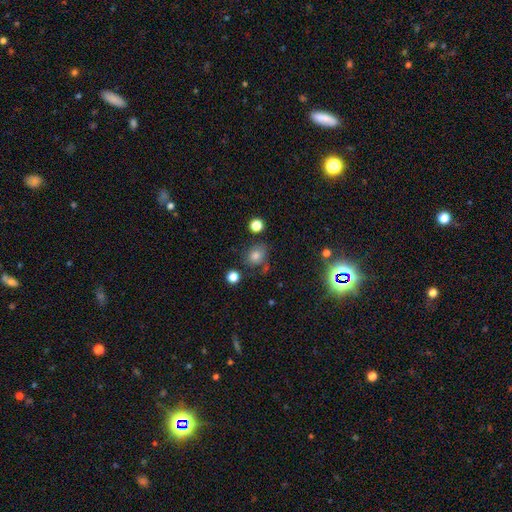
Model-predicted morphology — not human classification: smooth 74%, star or artifact 16%, featured or disk 9%. Down the decision tree: how rounded — round (62%); merging — none (67%).